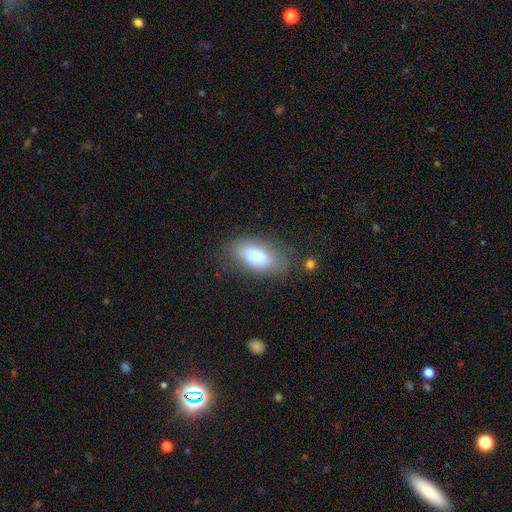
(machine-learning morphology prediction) smooth_or_featured: smooth (p=0.78) [alt: featured or disk p=0.13]
how_rounded: in between (p=0.90) [alt: cigar-shaped p=0.06]
merging: none (p=0.66) [alt: minor disturbance p=0.21]